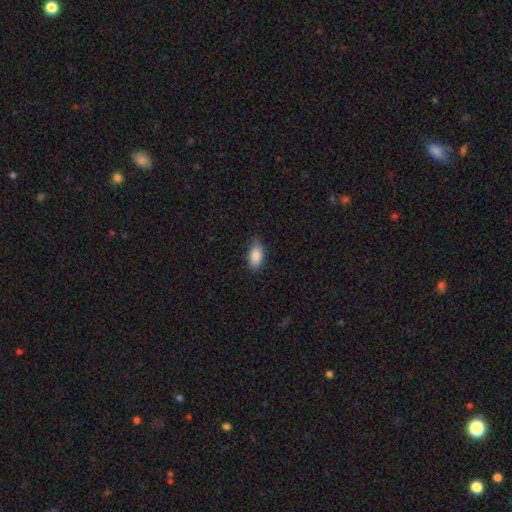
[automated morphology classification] The model was most divided on "merging": none: 68%, minor disturbance: 26%, major disturbance: 5%, merger: 1%. More confident: how rounded — in between (92%); smooth or featured — smooth (86%).